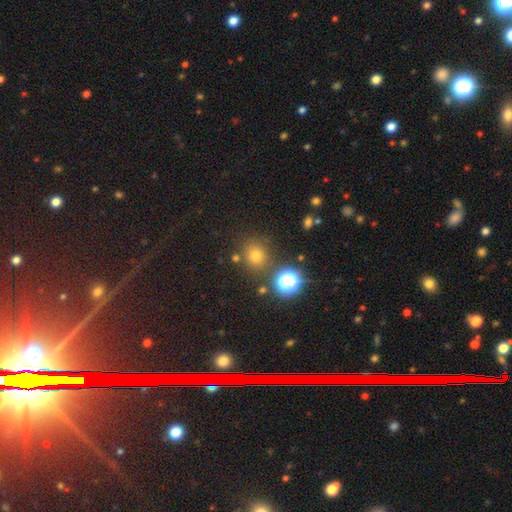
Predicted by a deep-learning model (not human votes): Smooth or featured: smooth — 66% (star or artifact — 27%)
How rounded: round — 88% (in between — 11%)
Merging: none — 80% (minor disturbance — 9%)